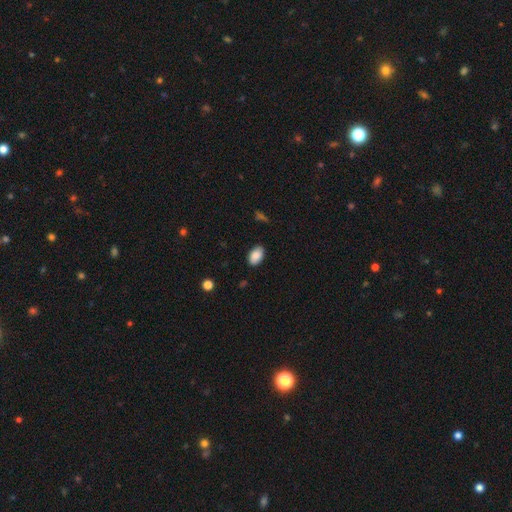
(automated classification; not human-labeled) Q: Smooth or featured?
A: smooth (88%); runner-up: star or artifact (7%)
Q: How rounded?
A: in between (93%); runner-up: round (6%)
Q: Merging?
A: none (86%); runner-up: minor disturbance (10%)